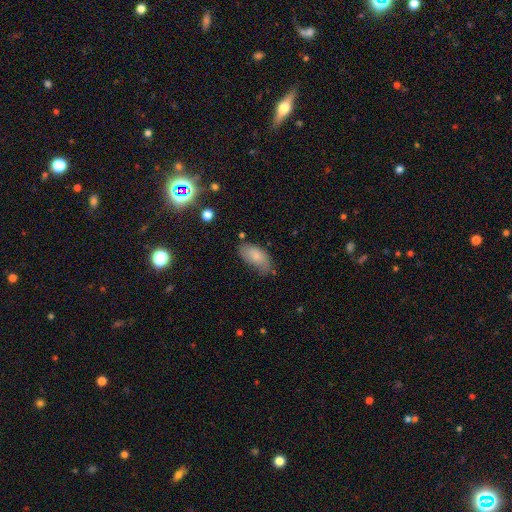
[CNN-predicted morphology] type=smooth (80%); roundness=in between (93%); merging=none (61%).